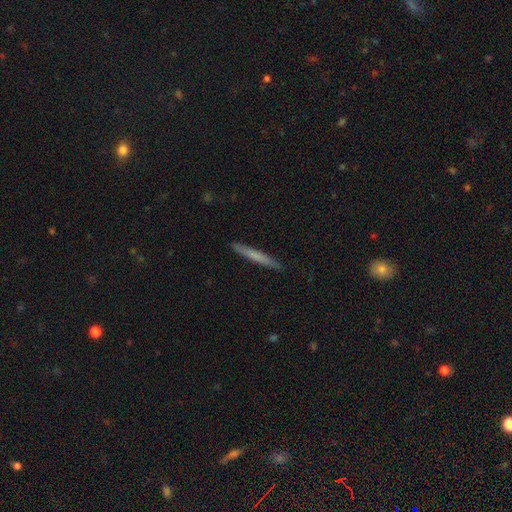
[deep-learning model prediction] smooth-or-featured: smooth: 66% | featured or disk: 29% | star or artifact: 6%
  how-rounded: cigar-shaped: 96% | in between: 2% | round: 1%
  merging: none: 91% | minor disturbance: 7% | major disturbance: 1% | merger: 1%